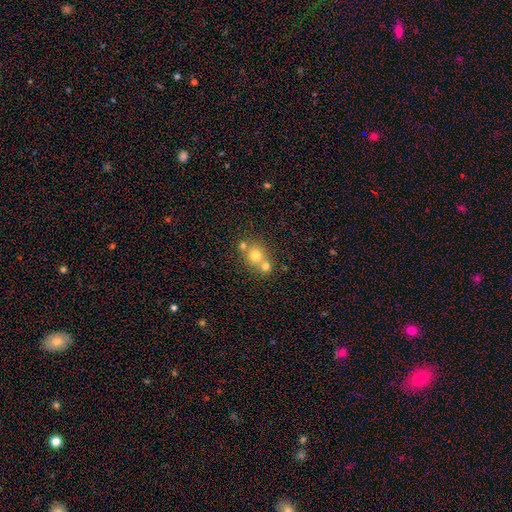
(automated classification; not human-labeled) Morphology: type=smooth (70%); roundness=round (81%); merging=none (47%).